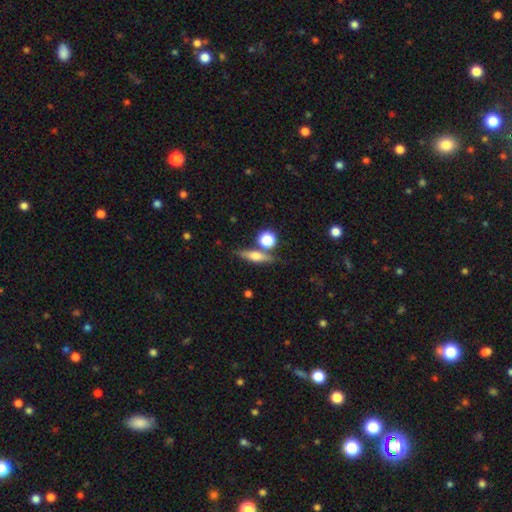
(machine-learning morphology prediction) Smooth or featured?
  - smooth: 46% *
  - featured or disk: 45%
  - star or artifact: 10%
Merging?
  - none: 73% *
  - merger: 12%
  - minor disturbance: 12%
  - major disturbance: 4%